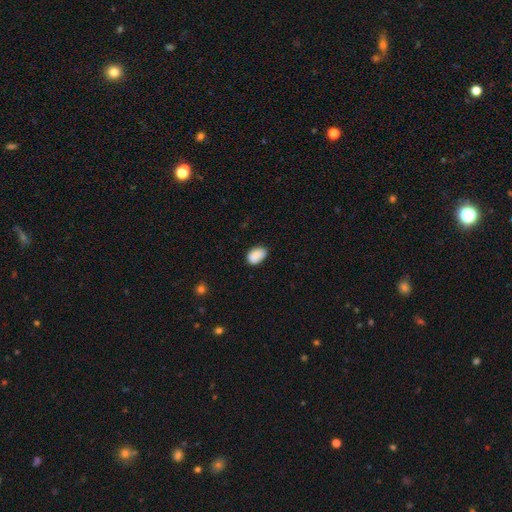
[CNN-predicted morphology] smooth_or_featured: smooth (p=0.87) [alt: star or artifact p=0.08]
how_rounded: in between (p=0.86) [alt: round p=0.13]
merging: none (p=0.72) [alt: minor disturbance p=0.22]